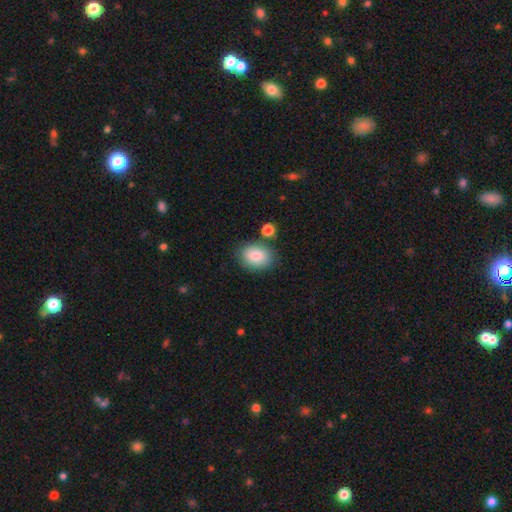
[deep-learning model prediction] Overall: smooth (84%). How rounded: in between (64%; round 35%). Merging: none (77%).